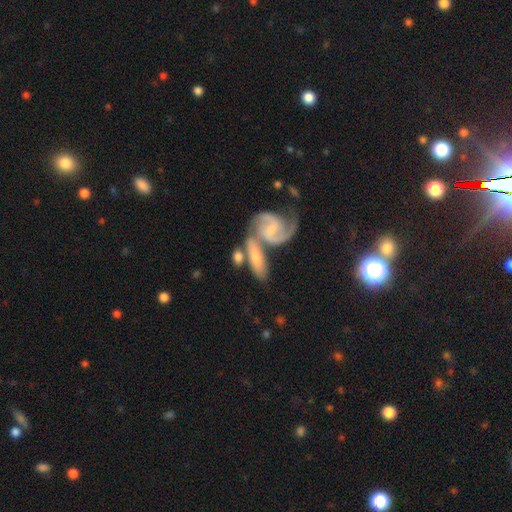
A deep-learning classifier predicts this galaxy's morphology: type=featured or disk (67%); edge-on=no (88%); bar=no (46%); spiral arms=yes (92%); winding=medium (47%); arm count=2 (76%); bulge=small (64%); merging=merger (42%).